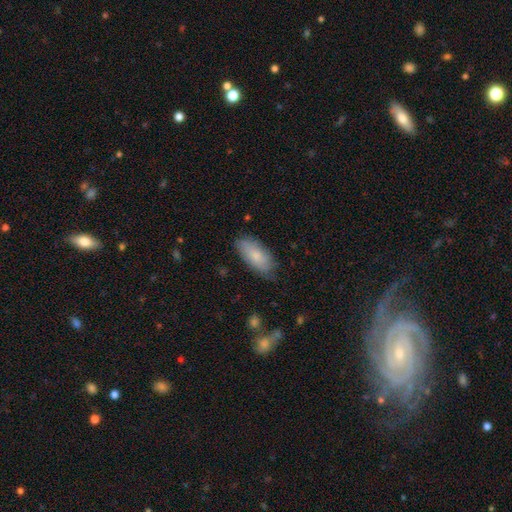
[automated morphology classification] smooth-or-featured: smooth: 77% | featured or disk: 17% | star or artifact: 6%
  how-rounded: in between: 88% | cigar-shaped: 10% | round: 2%
  merging: none: 74% | minor disturbance: 21% | major disturbance: 4% | merger: 1%